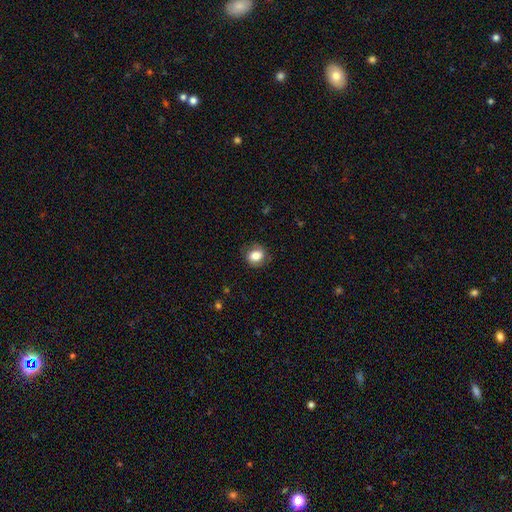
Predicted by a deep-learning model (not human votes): Smooth or featured?
  - smooth: 78% *
  - featured or disk: 14%
  - star or artifact: 9%
How rounded?
  - round: 60% *
  - in between: 39%
  - cigar-shaped: 1%
Merging?
  - none: 77% *
  - minor disturbance: 17%
  - major disturbance: 6%
  - merger: 1%